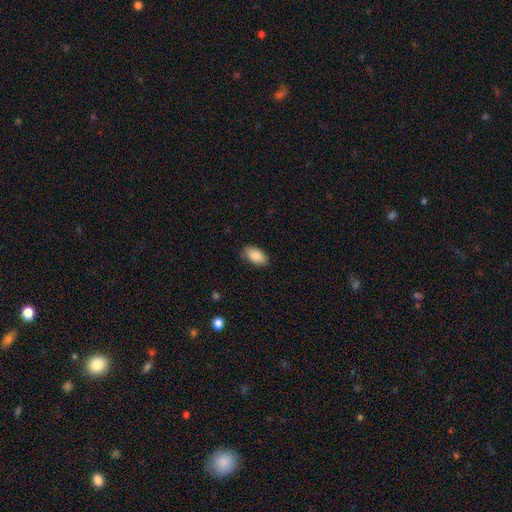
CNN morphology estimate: The model was most divided on "merging": none: 82%, minor disturbance: 14%, major disturbance: 3%, merger: 1%. More confident: how rounded — in between (94%); smooth or featured — smooth (88%).